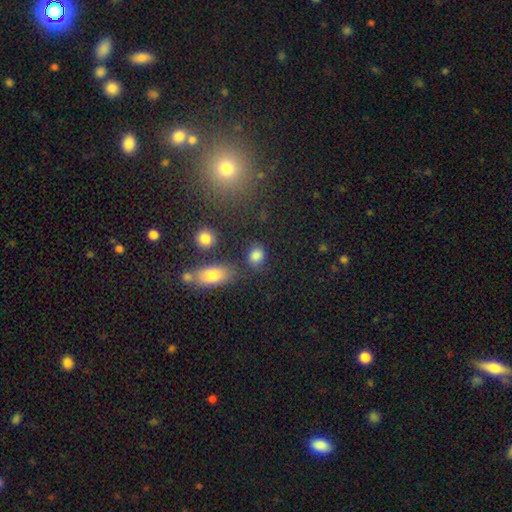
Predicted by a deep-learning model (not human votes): This is clearly a smooth galaxy (83%). How rounded: possibly round (52%). Merging: likely none (73%).